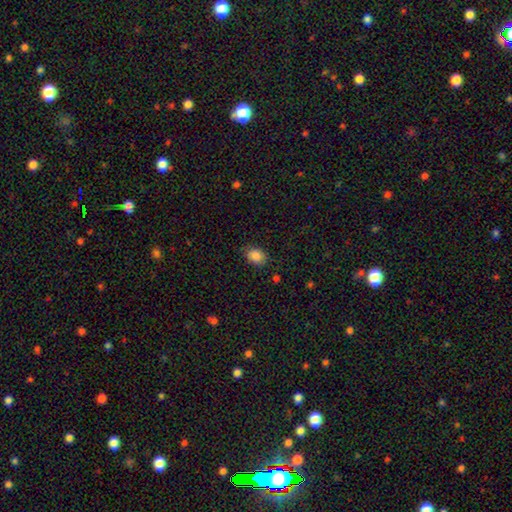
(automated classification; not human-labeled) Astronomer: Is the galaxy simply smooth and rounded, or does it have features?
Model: smooth — 85%.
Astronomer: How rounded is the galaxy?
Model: in between — 65%.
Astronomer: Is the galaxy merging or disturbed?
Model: none — 79%.